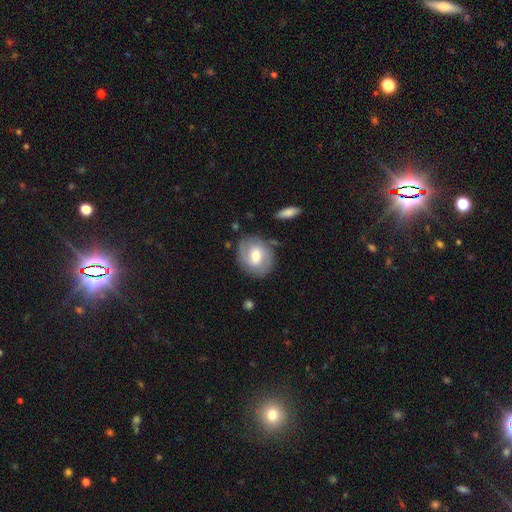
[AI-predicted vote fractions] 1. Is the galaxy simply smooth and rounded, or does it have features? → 49% featured or disk, 45% smooth, 6% star or artifact.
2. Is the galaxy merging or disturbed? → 79% none, 14% minor disturbance, 4% major disturbance, 3% merger.